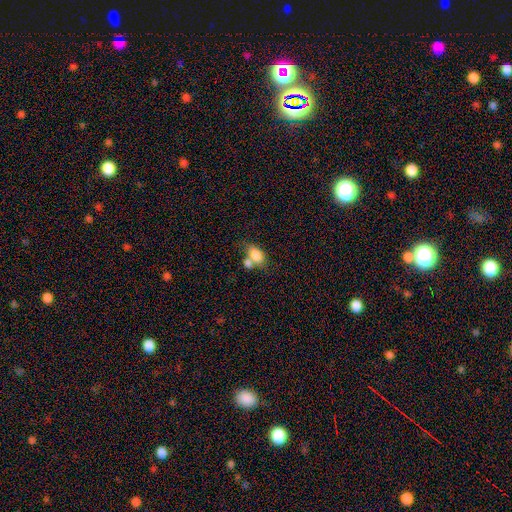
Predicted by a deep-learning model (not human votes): Smooth or featured? smooth (80%)
How rounded? in between (83%)
Merging? merger (47%)